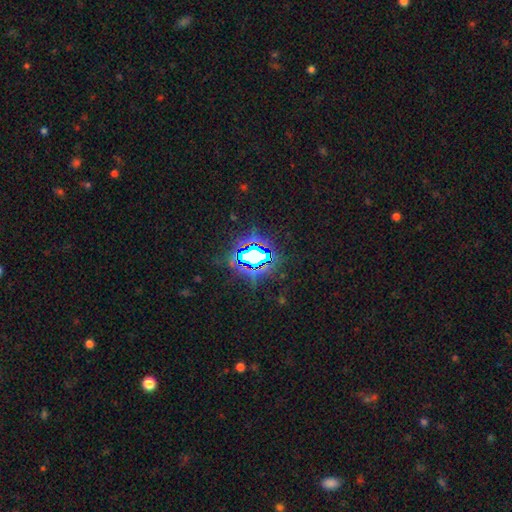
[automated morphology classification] The model was most divided on "smooth or featured": star or artifact: 75%, smooth: 13%, featured or disk: 12%.